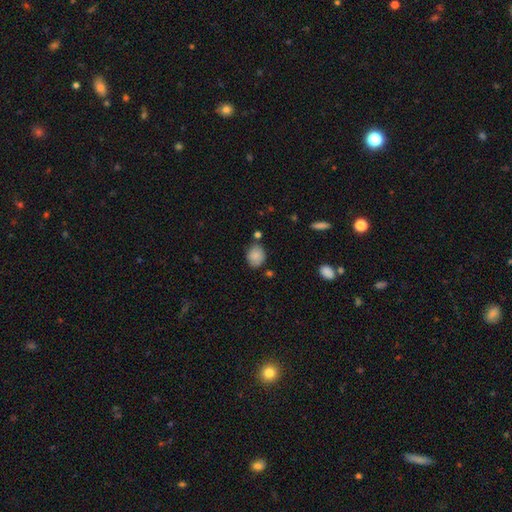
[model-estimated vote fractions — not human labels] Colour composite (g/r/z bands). It shows a smooth galaxy with no disk features (86%) that is round (52%). Merging: none (73%).